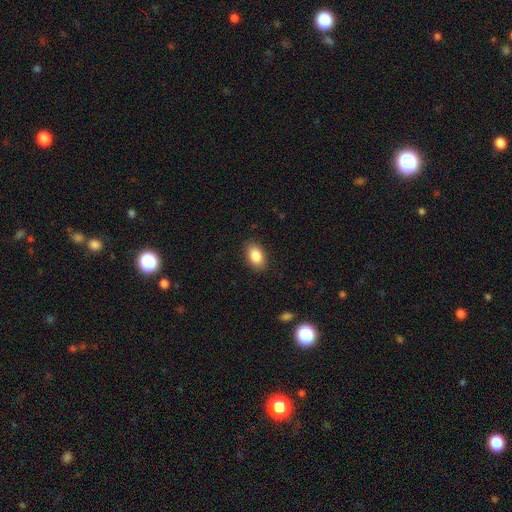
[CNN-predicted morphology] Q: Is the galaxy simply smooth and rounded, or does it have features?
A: smooth — 87%.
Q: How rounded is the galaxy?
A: in between — 90%.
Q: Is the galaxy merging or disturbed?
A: none — 87%.